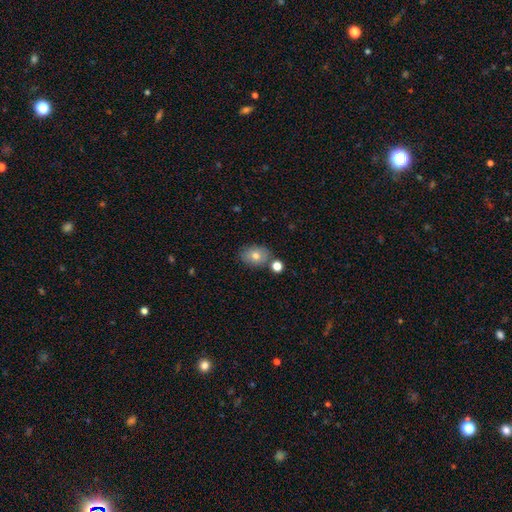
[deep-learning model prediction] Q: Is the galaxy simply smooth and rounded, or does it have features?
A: smooth — 75%.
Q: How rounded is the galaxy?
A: in between — 71%.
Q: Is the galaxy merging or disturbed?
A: none — 72%.